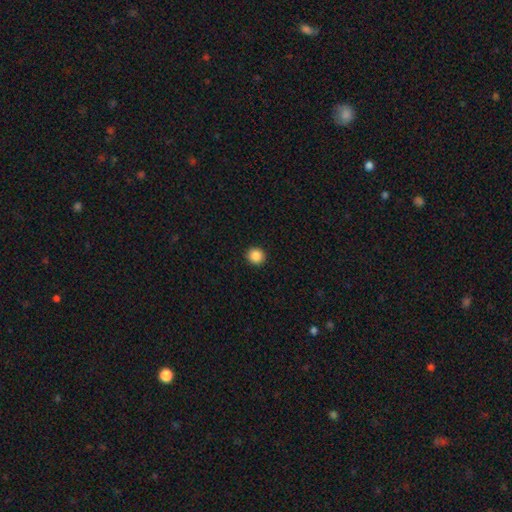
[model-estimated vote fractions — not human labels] smooth_or_featured: smooth (p=0.87) [alt: star or artifact p=0.10]
how_rounded: round (p=0.93) [alt: in between p=0.06]
merging: none (p=0.93) [alt: minor disturbance p=0.04]